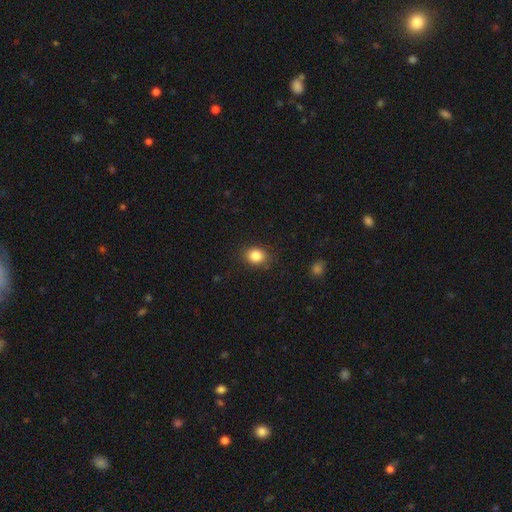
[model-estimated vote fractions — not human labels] Smooth or featured: smooth — 85% (star or artifact — 10%)
How rounded: round — 57% (in between — 43%)
Merging: none — 85% (minor disturbance — 11%)